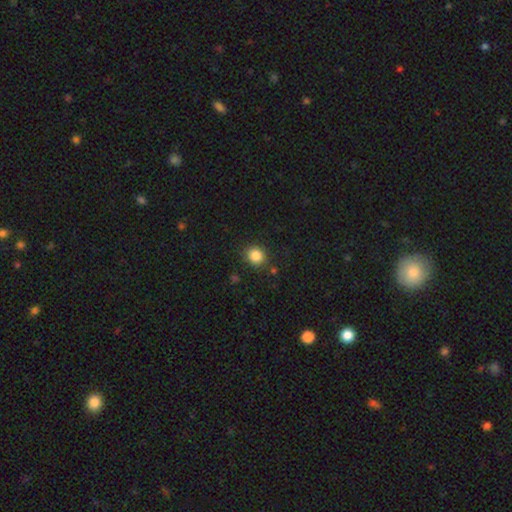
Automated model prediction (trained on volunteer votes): Morphology: type=smooth (85%); roundness=round (79%); merging=none (85%).